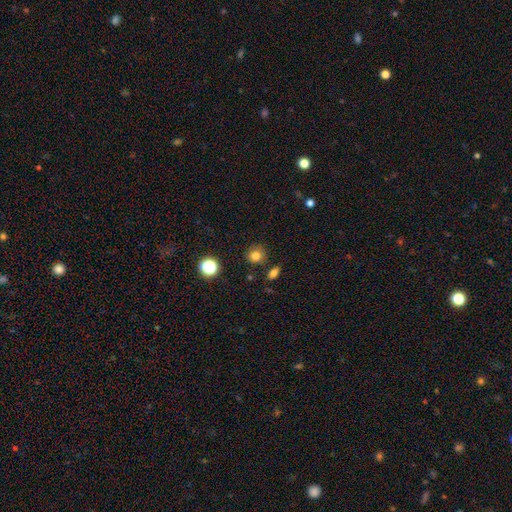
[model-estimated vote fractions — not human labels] smooth 81%, star or artifact 14%, featured or disk 6%. Down the decision tree: how rounded — round (81%); merging — none (81%).